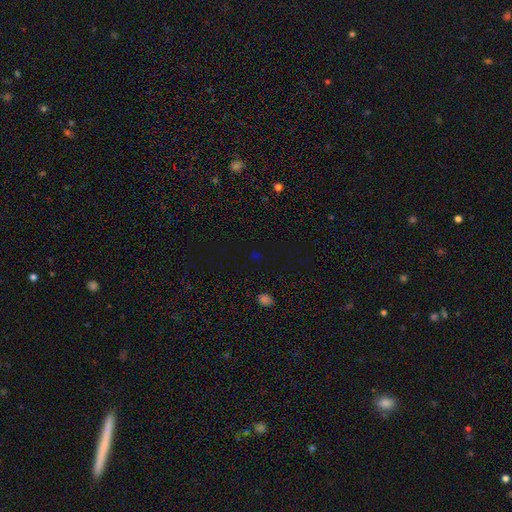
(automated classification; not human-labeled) Overall: star or artifact (64%; smooth 29%).